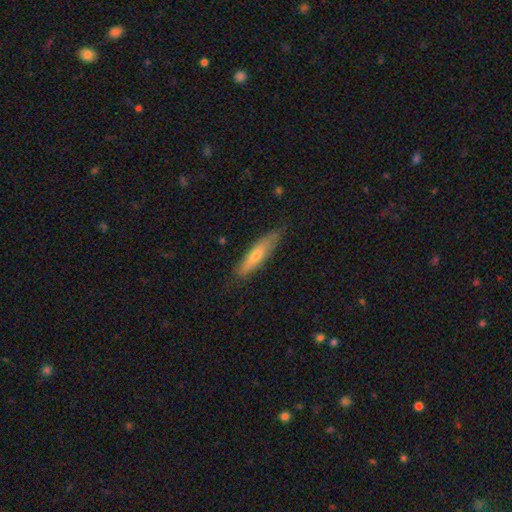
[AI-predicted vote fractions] Morphology: type=smooth (58%); roundness=cigar-shaped (82%); merging=none (81%).